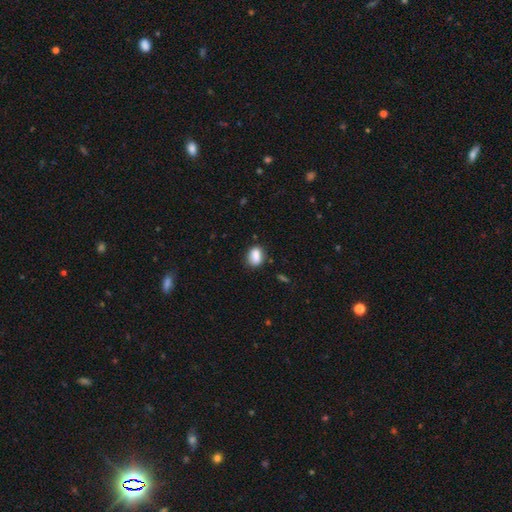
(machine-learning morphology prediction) This is clearly a smooth galaxy (85%). How rounded: likely in between (72%). Merging: likely none (75%).